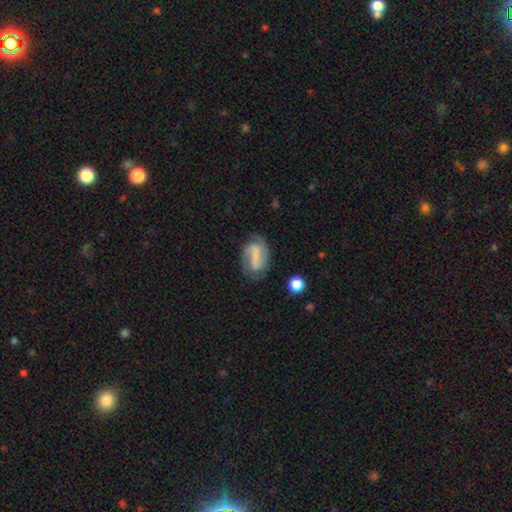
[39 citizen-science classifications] Smooth or featured?
  - featured or disk: 72% *
  - smooth: 21%
  - star or artifact: 8%
Edge-on disk?
  - no: 100% *
  - yes: 0%
Bar?
  - strong: 57% *
  - weak: 36%
  - no: 7%
Spiral arms?
  - yes: 82% *
  - no: 18%
Spiral winding?
  - tight: 43% *
  - medium: 39%
  - loose: 17%
Spiral arm count?
  - 2: 83% *
  - 1: 17%
  - 3: 0%
  - 4: 0%
  - more than 4: 0%
  - can't tell: 0%
Bulge size?
  - none: 79% *
  - dominant: 7%
  - large: 7%
  - moderate: 7%
  - small: 0%
Merging?
  - none: 47% *
  - minor disturbance: 25%
  - major disturbance: 25%
  - merger: 3%